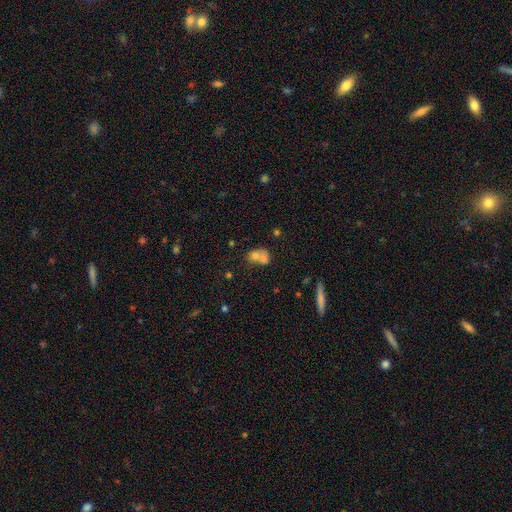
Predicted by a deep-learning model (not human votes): smooth_or_featured: smooth (p=0.66) [alt: featured or disk p=0.22]
how_rounded: round (p=0.52) [alt: in between p=0.47]
merging: merger (p=0.67) [alt: none p=0.21]